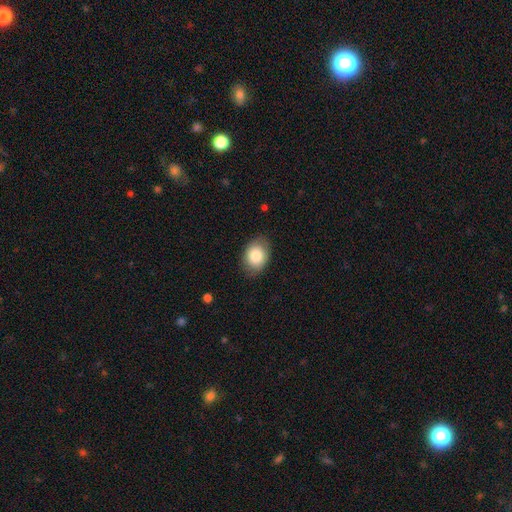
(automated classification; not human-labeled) Smooth or featured: smooth — 84% (featured or disk — 9%)
How rounded: in between — 73% (round — 26%)
Merging: none — 82% (minor disturbance — 14%)